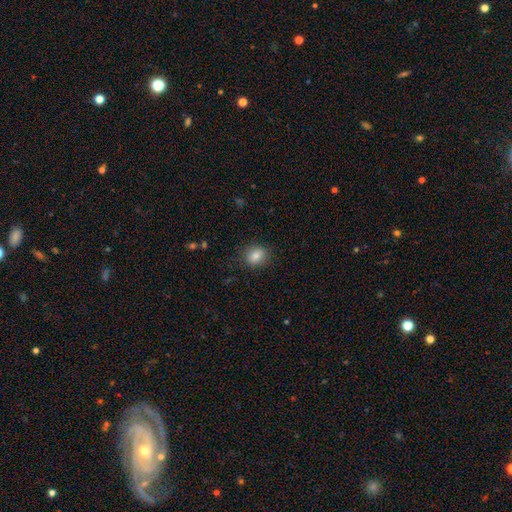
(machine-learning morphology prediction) A smooth galaxy with no disk features (84%) that is round (53%). Merging: none (85%).